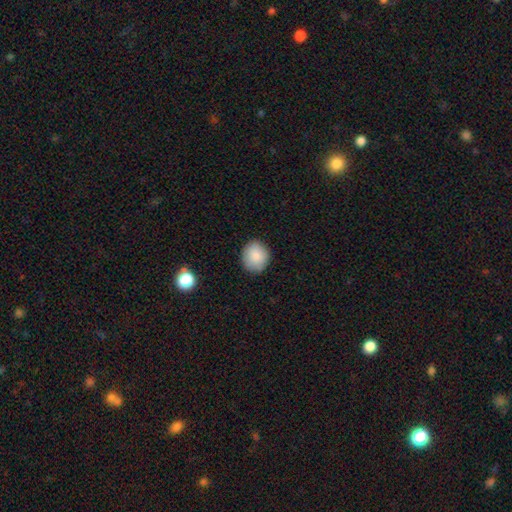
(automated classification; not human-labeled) This is clearly a smooth galaxy (88%). How rounded: likely round (73%). Merging: clearly none (87%).